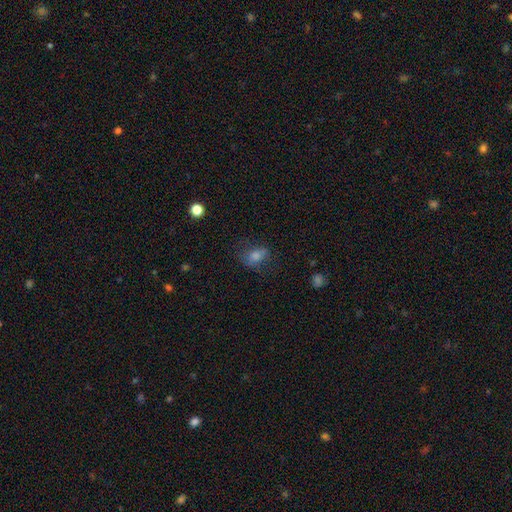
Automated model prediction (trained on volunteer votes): A smooth galaxy with no disk features (64%) that is in between round and cigar-shaped (66%). Merging: none (58%).